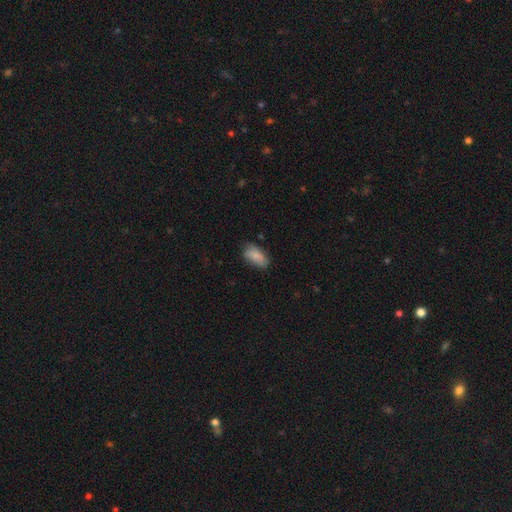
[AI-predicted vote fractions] A smooth galaxy with no disk features (81%) that is in between round and cigar-shaped (90%). Merging: none (64%).